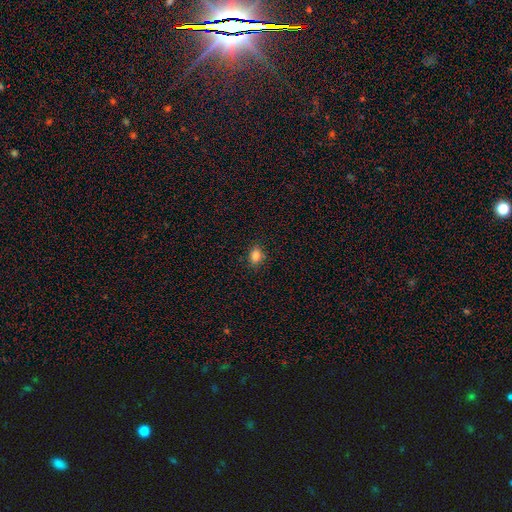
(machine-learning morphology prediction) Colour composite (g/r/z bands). It shows a smooth galaxy with no disk features (83%) that is in between round and cigar-shaped (73%). Merging: none (85%).